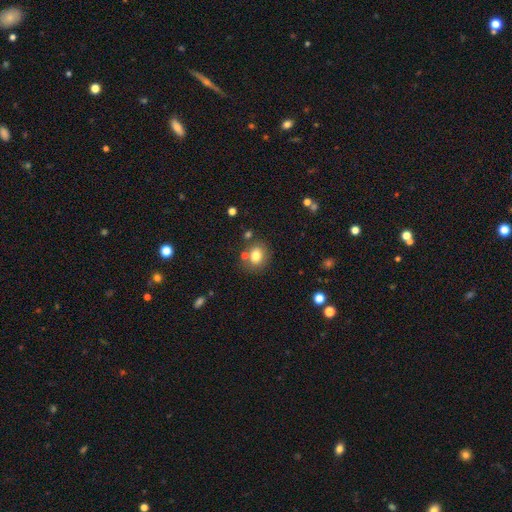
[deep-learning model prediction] A smooth galaxy with no disk features (77%) that is round (61%).

Vote fractions:
- Smooth or featured? smooth: 77% / star or artifact: 12% / featured or disk: 11%
- How rounded? round: 61% / in between: 38% / cigar-shaped: 1%
- Merging? none: 69% / merger: 14% / minor disturbance: 13% / major disturbance: 4%